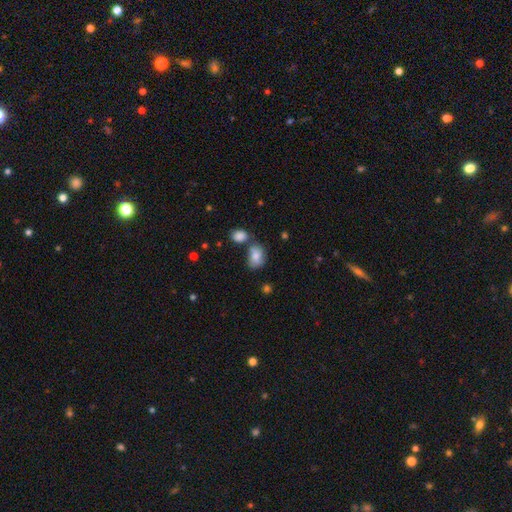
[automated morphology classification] A smooth galaxy with no disk features (78%) that is in between round and cigar-shaped (76%). Merging: none (44%).